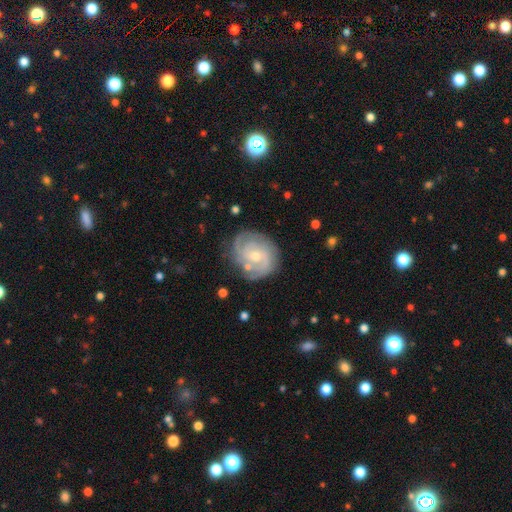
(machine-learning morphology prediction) smooth_or_featured: featured or disk (p=0.82) [alt: smooth p=0.13]
disk_edge_on: no (p=0.98) [alt: yes p=0.02]
bar: no (p=0.63) [alt: weak p=0.31]
has_spiral_arms: yes (p=0.94) [alt: no p=0.06]
spiral_winding: tight (p=0.57) [alt: medium p=0.34]
spiral_arm_count: 2 (p=0.43) [alt: can't tell p=0.22]
bulge_size: small (p=0.54) [alt: moderate p=0.43]
merging: none (p=0.74) [alt: minor disturbance p=0.17]